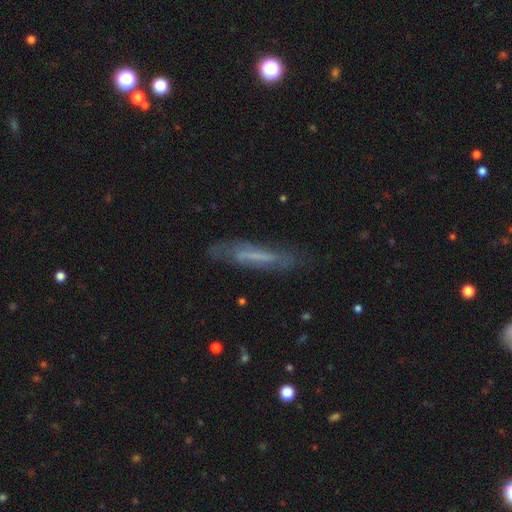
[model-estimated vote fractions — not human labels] This appears to be a featured or disk galaxy (52%) viewed edge-on (55%). Merging: none (70%).